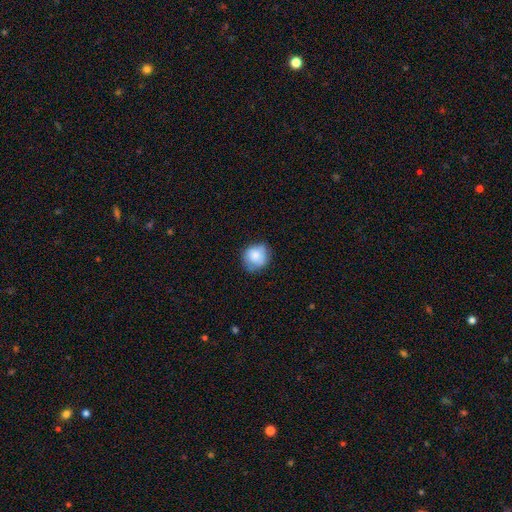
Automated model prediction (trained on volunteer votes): A smooth galaxy with no disk features (82%) that is round (85%). Merging: none (71%).